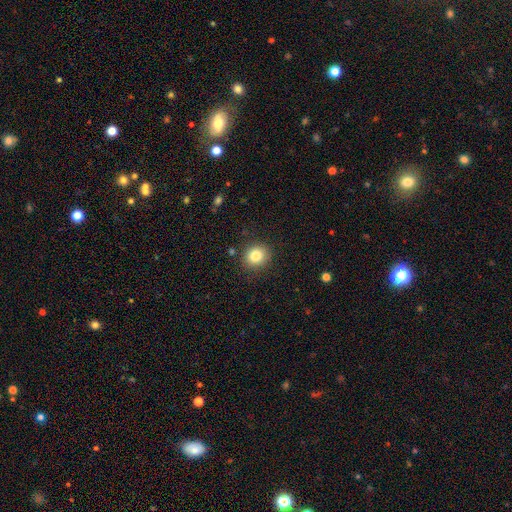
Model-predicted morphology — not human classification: Smooth or featured? smooth (83%)
How rounded? round (83%)
Merging? none (88%)